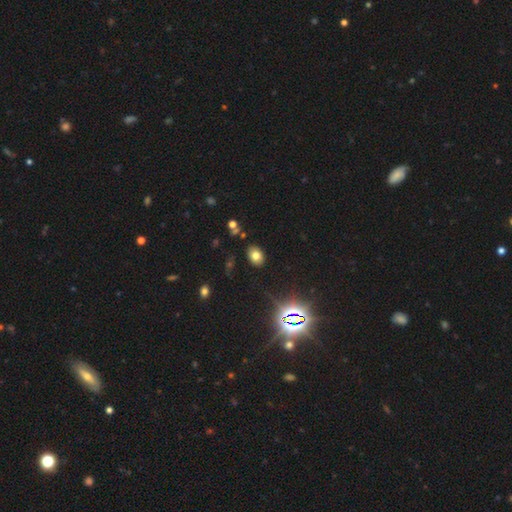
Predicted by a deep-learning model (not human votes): Smooth or featured?
  - smooth: 72% *
  - star or artifact: 17%
  - featured or disk: 10%
How rounded?
  - in between: 78% *
  - round: 21%
  - cigar-shaped: 1%
Merging?
  - none: 85% *
  - minor disturbance: 10%
  - major disturbance: 3%
  - merger: 2%